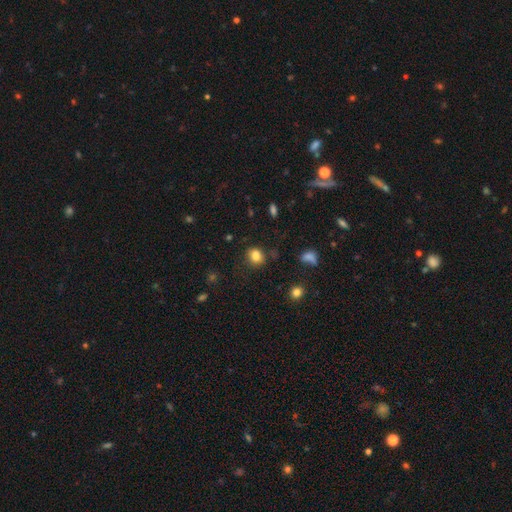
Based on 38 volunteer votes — Volunteers were most divided on "how rounded": in between: 50%, round: 47%, cigar-shaped: 3%. More confident: smooth or featured — smooth (84%); merging — none (80%).